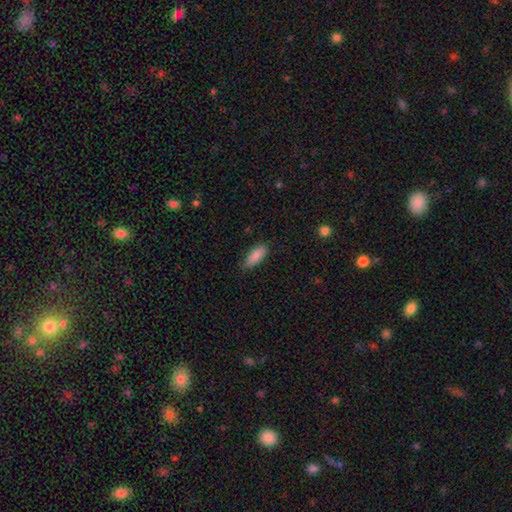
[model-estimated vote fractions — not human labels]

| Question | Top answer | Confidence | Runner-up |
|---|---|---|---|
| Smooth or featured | smooth | 87% | featured or disk (7%) |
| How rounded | in between | 82% | cigar-shaped (16%) |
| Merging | none | 75% | minor disturbance (21%) |